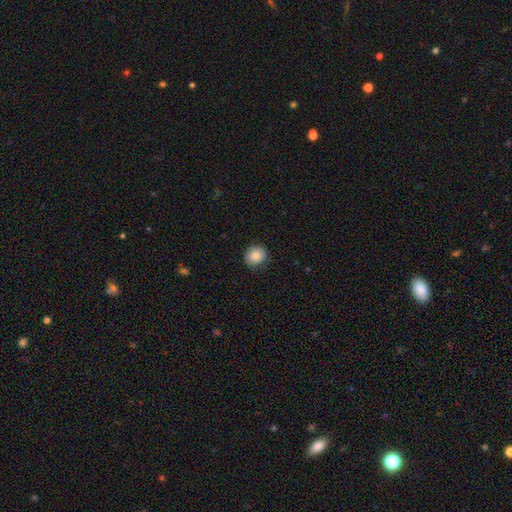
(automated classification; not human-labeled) Overall: smooth (85%). How rounded: round (82%). Merging: none (85%).